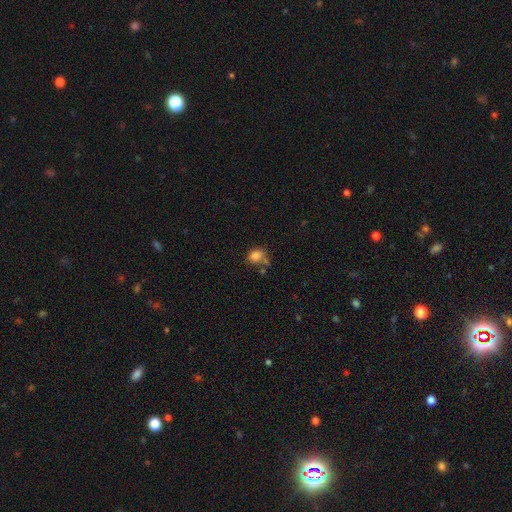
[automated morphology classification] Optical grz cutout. It shows a smooth galaxy with no disk features (81%) that is round (57%). Merging: none (49%).